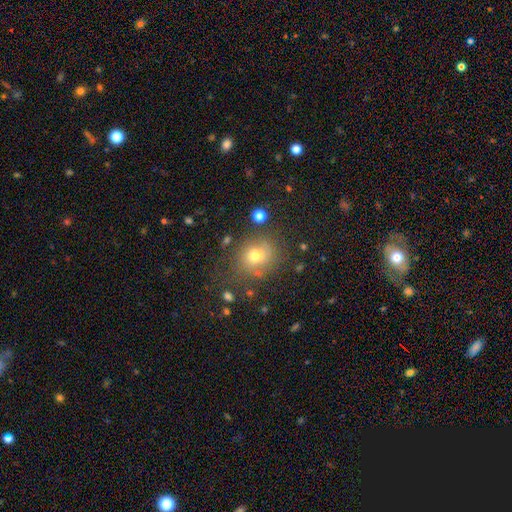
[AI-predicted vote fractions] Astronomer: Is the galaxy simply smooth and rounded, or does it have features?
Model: smooth — 69%.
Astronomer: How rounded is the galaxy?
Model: round — 68%.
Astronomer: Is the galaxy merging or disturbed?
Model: none — 71%.